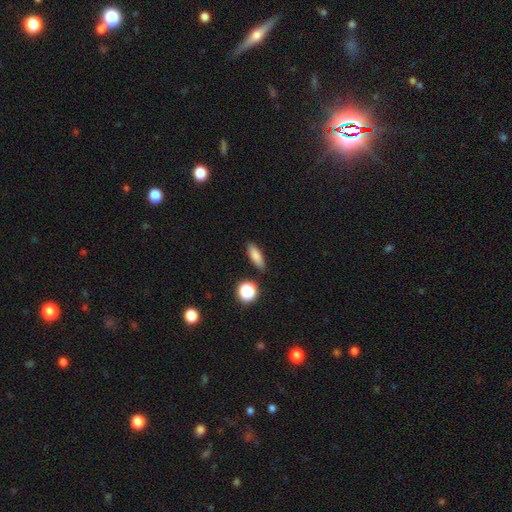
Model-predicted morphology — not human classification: smooth 81%, star or artifact 10%, featured or disk 10%. Down the decision tree: how rounded — in between (54%); merging — none (85%).